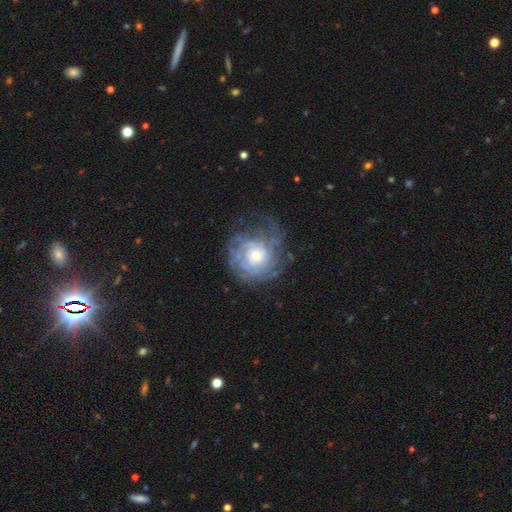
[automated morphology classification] Smooth or featured?
  - featured or disk: 79% *
  - smooth: 14%
  - star or artifact: 7%
Edge-on disk?
  - no: 97% *
  - yes: 3%
Bar?
  - no: 77% *
  - weak: 19%
  - strong: 3%
Spiral arms?
  - yes: 87% *
  - no: 13%
Spiral winding?
  - tight: 69% *
  - medium: 23%
  - loose: 8%
Spiral arm count?
  - can't tell: 54% *
  - 4: 11%
  - 2: 11%
  - 3: 10%
  - more than 4: 9%
  - 1: 6%
Bulge size?
  - moderate: 47% *
  - small: 36%
  - large: 13%
  - none: 2%
  - dominant: 2%
Merging?
  - none: 62% *
  - minor disturbance: 20%
  - major disturbance: 17%
  - merger: 2%